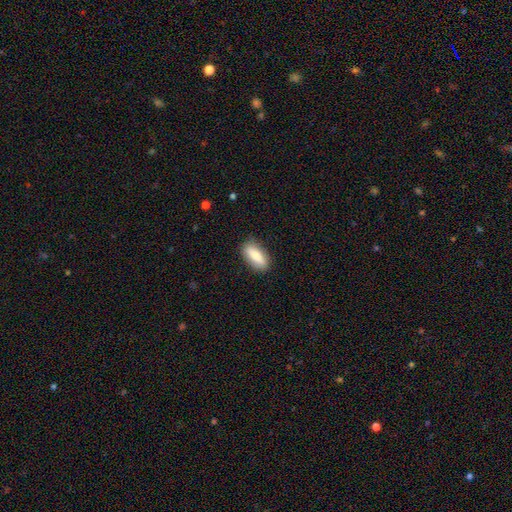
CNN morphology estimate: This appears to be a smooth galaxy with no disk features (78%) that is in between round and cigar-shaped (80%). Merging: none (86%).